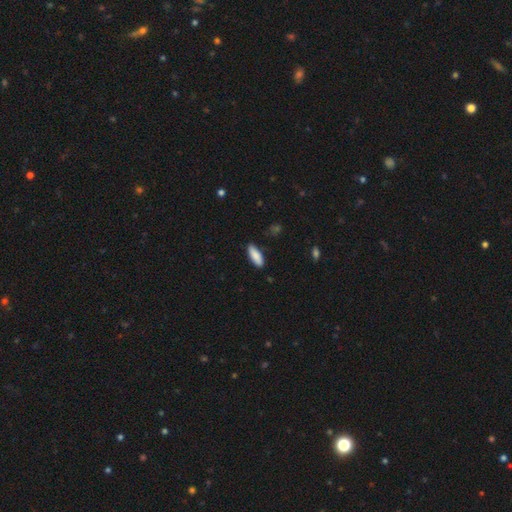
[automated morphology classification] smooth-or-featured: smooth: 87% | featured or disk: 7% | star or artifact: 6%
  how-rounded: in between: 64% | cigar-shaped: 34% | round: 2%
  merging: none: 85% | minor disturbance: 12% | major disturbance: 2% | merger: 1%